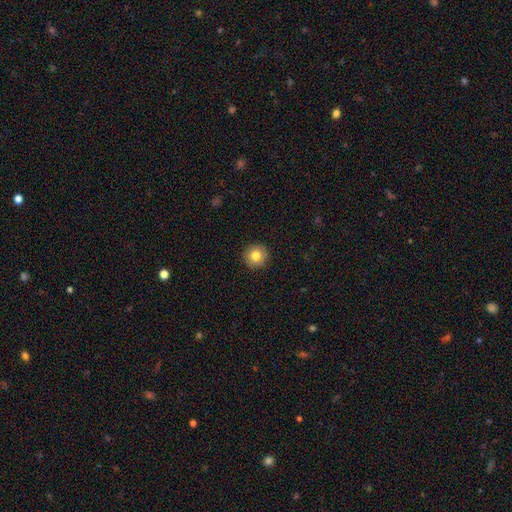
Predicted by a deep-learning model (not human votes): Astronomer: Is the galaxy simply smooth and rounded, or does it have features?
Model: smooth — 81%.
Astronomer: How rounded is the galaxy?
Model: round — 95%.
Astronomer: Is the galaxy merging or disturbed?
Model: none — 93%.